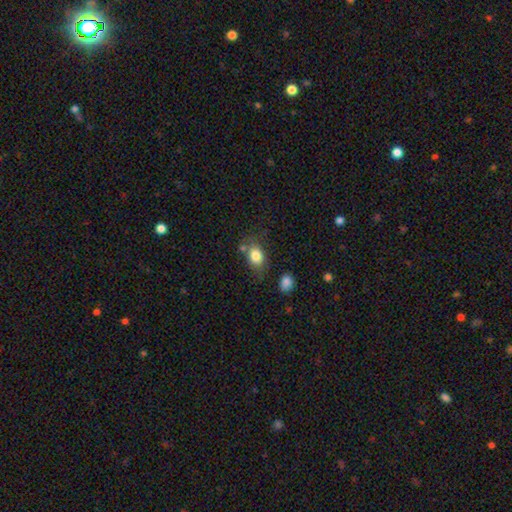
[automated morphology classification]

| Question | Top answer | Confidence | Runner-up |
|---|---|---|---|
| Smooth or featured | smooth | 82% | featured or disk (9%) |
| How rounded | in between | 65% | round (33%) |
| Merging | none | 63% | minor disturbance (20%) |